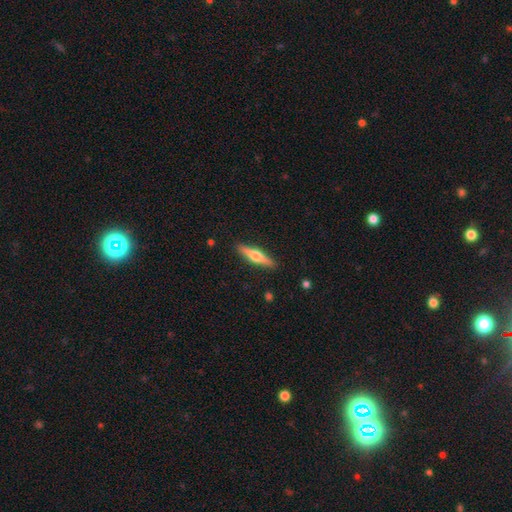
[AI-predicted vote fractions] Smooth or featured: featured or disk — 58% (smooth — 37%)
Edge-on disk: yes — 96% (no — 4%)
Edge-on bulge: rounded — 94% (boxy — 4%)
Merging: none — 90% (minor disturbance — 7%)